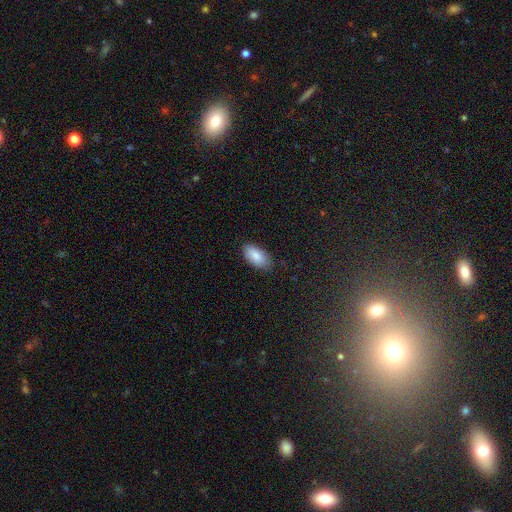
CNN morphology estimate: This is clearly a smooth galaxy (87%). How rounded: clearly in between (94%). Merging: clearly none (81%).